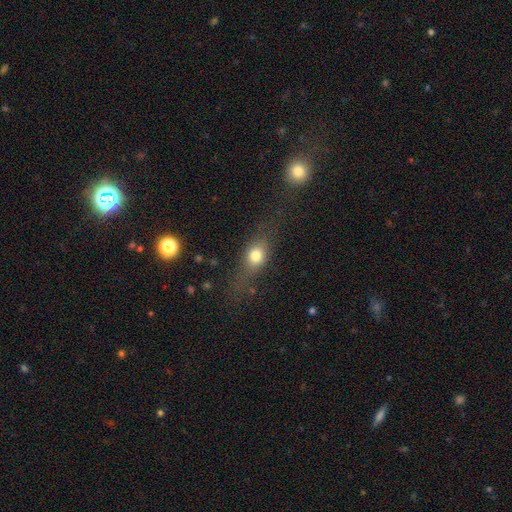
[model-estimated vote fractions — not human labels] smooth-or-featured: smooth: 71% | featured or disk: 17% | star or artifact: 12%
  how-rounded: in between: 56% | round: 32% | cigar-shaped: 12%
  merging: none: 64% | minor disturbance: 19% | major disturbance: 14% | merger: 3%